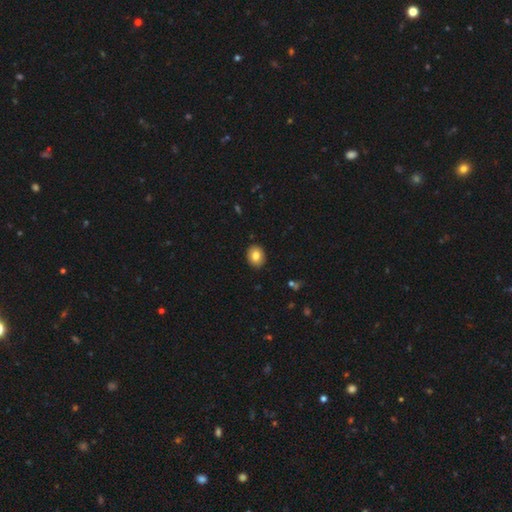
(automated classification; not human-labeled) A smooth galaxy with no disk features (81%) that is round (50%).

Vote fractions:
- Smooth or featured? smooth: 81% / featured or disk: 10% / star or artifact: 9%
- How rounded? round: 50% / in between: 49% / cigar-shaped: 1%
- Merging? none: 90% / minor disturbance: 7% / major disturbance: 2% / merger: 1%